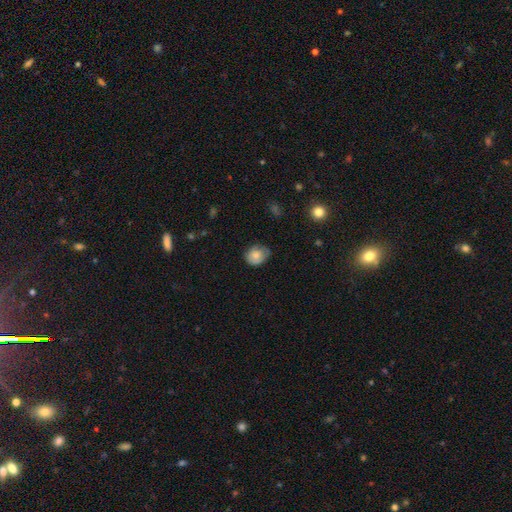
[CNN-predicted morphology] The model was most divided on "how rounded": round: 53%, in between: 46%, cigar-shaped: 1%. More confident: smooth or featured — smooth (77%); merging — none (59%).